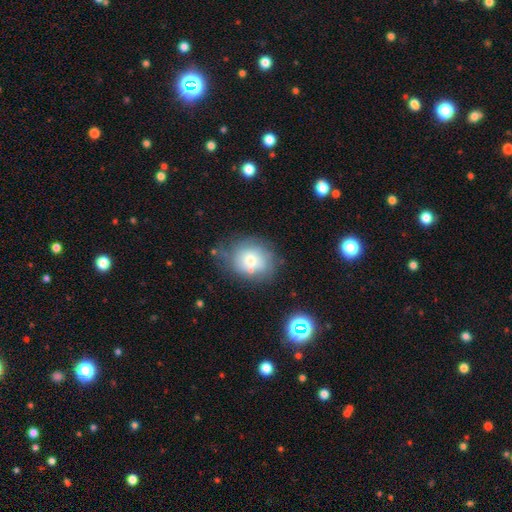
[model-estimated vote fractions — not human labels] The model was most divided on "smooth or featured": smooth: 60%, featured or disk: 29%, star or artifact: 11%. More confident: how rounded — round (72%); merging — none (56%).